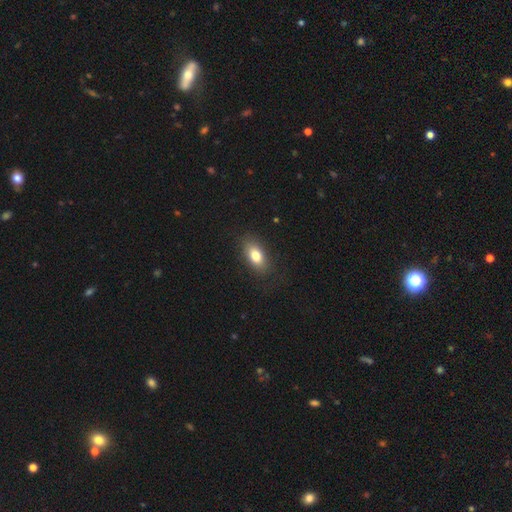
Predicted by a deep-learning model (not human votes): This appears to be a smooth galaxy with no disk features (79%) that is in between round and cigar-shaped (87%). Merging: none (83%).